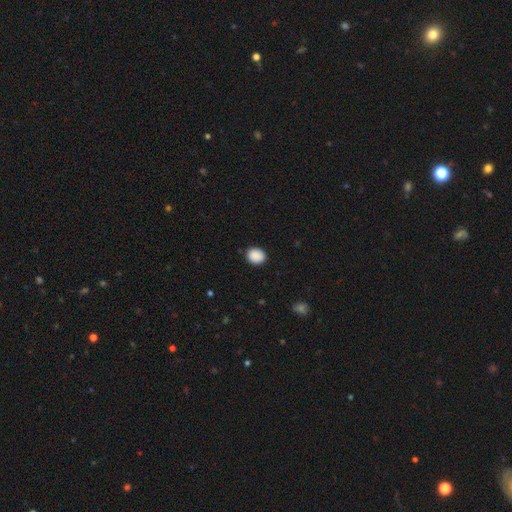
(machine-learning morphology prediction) Smooth or featured?
  - smooth: 89% *
  - star or artifact: 8%
  - featured or disk: 3%
How rounded?
  - round: 69% *
  - in between: 30%
  - cigar-shaped: 1%
Merging?
  - none: 88% *
  - minor disturbance: 9%
  - major disturbance: 2%
  - merger: 1%